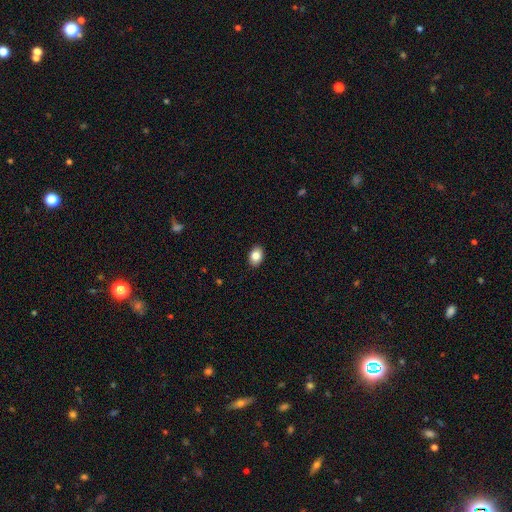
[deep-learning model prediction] A smooth galaxy with no disk features (85%) that is in between round and cigar-shaped (78%). Merging: none (90%).